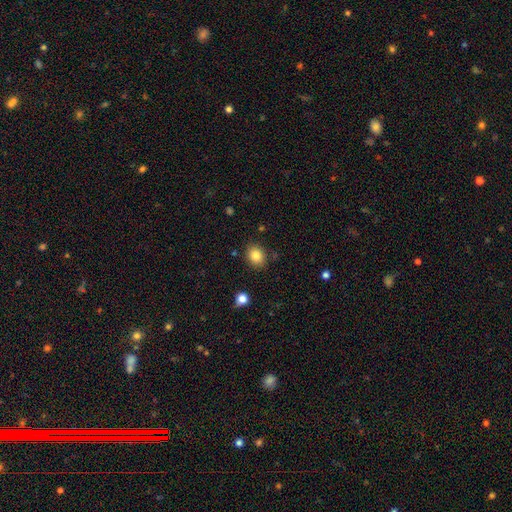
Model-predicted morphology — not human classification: type=smooth (84%); roundness=round (56%); merging=none (84%).